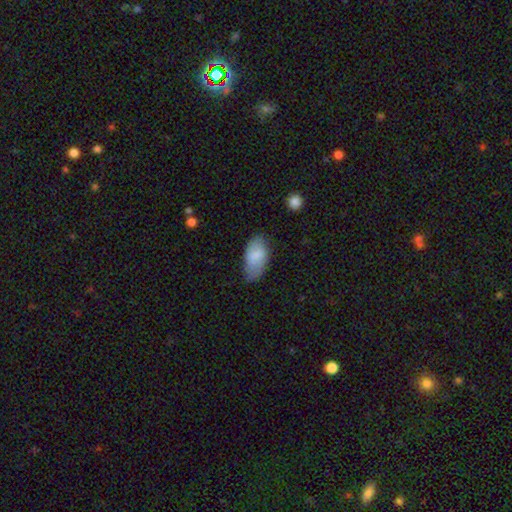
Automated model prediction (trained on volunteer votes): Overall: smooth (81%). How rounded: in between (95%). Merging: none (63%; minor disturbance 29%).